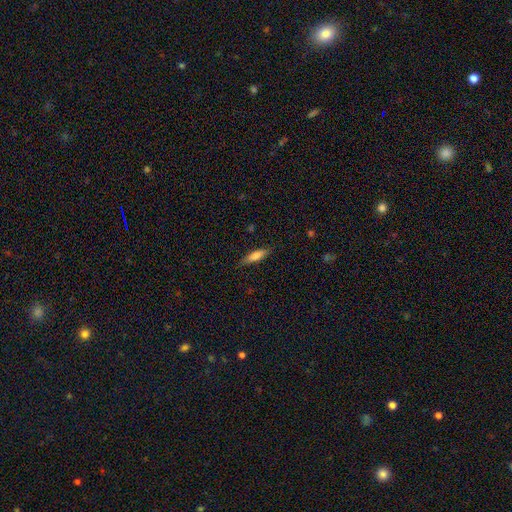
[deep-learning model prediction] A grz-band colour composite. It shows a smooth galaxy with no disk features (74%) that is cigar-shaped (61%). Merging: none (81%).